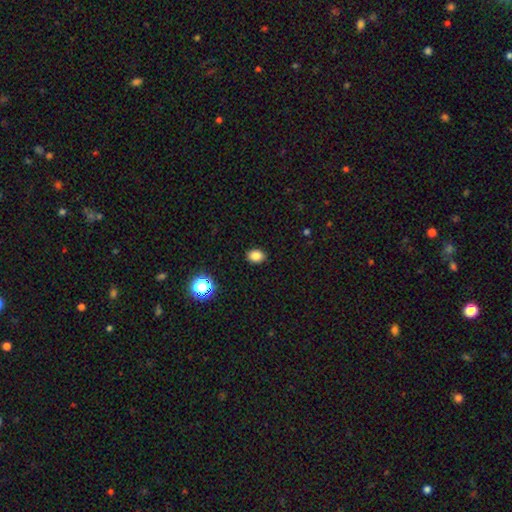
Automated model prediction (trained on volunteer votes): Overall: smooth (83%). How rounded: in between (64%; round 36%). Merging: none (89%).